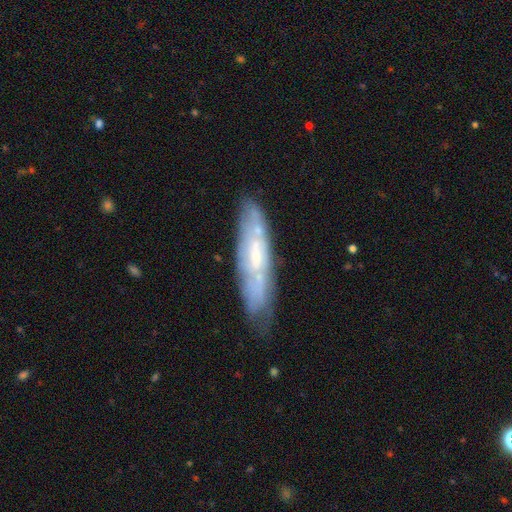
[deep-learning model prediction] A featured or disk galaxy (63%).

Vote fractions:
- Smooth or featured? featured or disk: 63% / smooth: 30% / star or artifact: 7%
- Edge-on disk? no: 60% / yes: 40%
- Merging? none: 70% / minor disturbance: 20% / major disturbance: 6% / merger: 4%